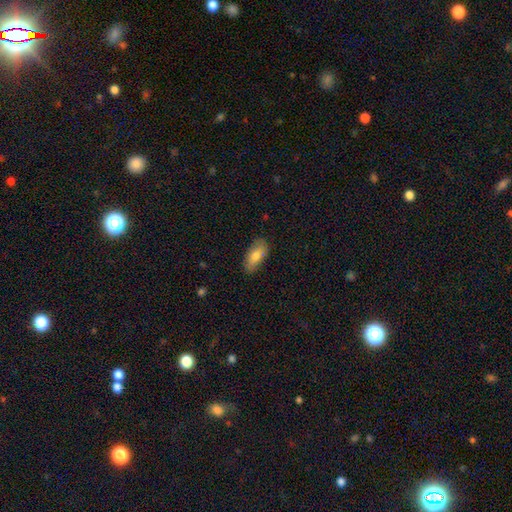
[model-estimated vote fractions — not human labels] The model was most divided on "smooth or featured": smooth: 76%, featured or disk: 17%, star or artifact: 6%. More confident: how rounded — in between (85%); merging — none (80%).